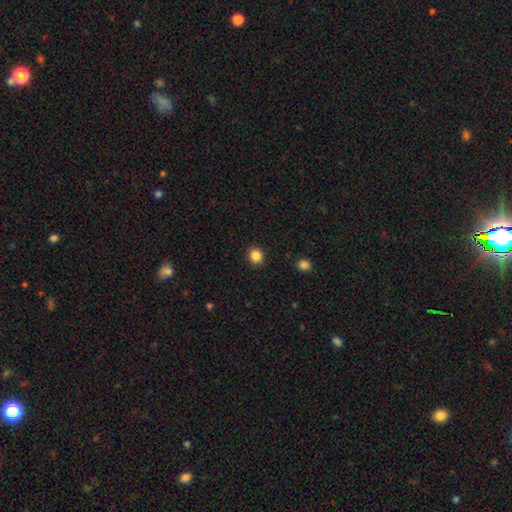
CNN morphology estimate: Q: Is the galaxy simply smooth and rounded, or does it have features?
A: smooth — 85%.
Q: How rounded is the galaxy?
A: round — 86%.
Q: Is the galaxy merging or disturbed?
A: none — 92%.